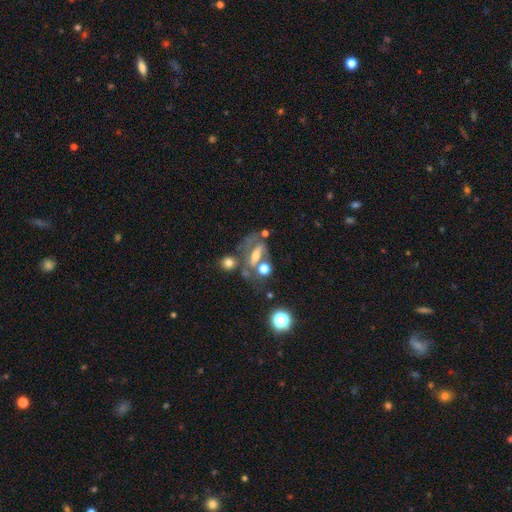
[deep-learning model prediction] Smooth or featured? Predicted: featured or disk (p=0.48). Merging? Predicted: none (p=0.36).